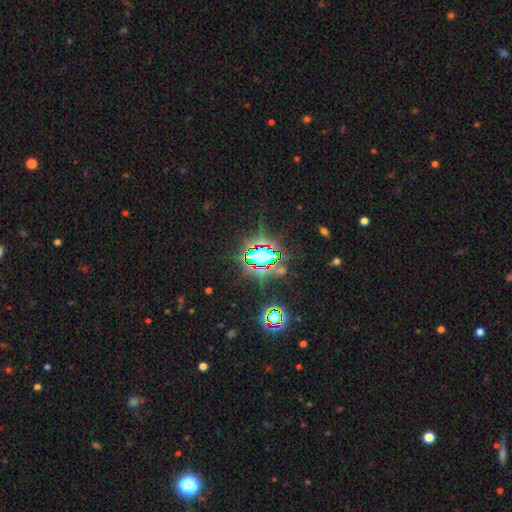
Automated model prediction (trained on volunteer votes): star or artifact 77%, smooth 14%, featured or disk 10%.